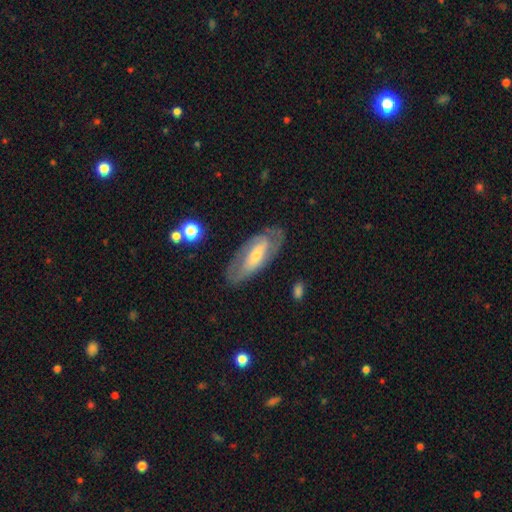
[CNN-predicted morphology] smooth_or_featured: featured or disk (p=0.65) [alt: smooth p=0.29]
disk_edge_on: no (p=0.87) [alt: yes p=0.13]
bar: no (p=0.39) [alt: weak p=0.33]
has_spiral_arms: yes (p=0.71) [alt: no p=0.29]
bulge_size: small (p=0.56) [alt: moderate p=0.34]
merging: none (p=0.74) [alt: minor disturbance p=0.17]